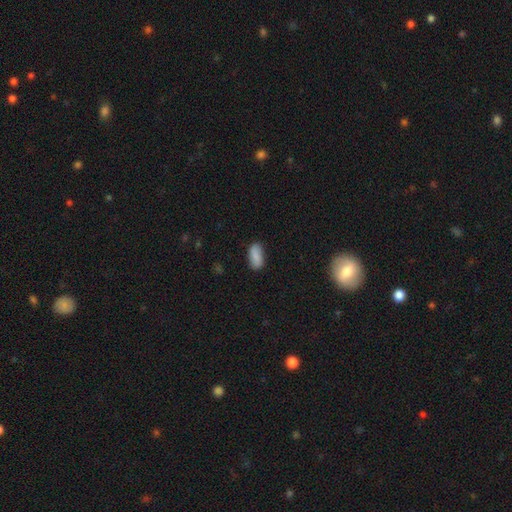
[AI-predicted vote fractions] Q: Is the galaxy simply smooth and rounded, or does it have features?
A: smooth — 86%.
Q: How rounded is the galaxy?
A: in between — 90%.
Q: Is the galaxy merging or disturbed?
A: none — 82%.